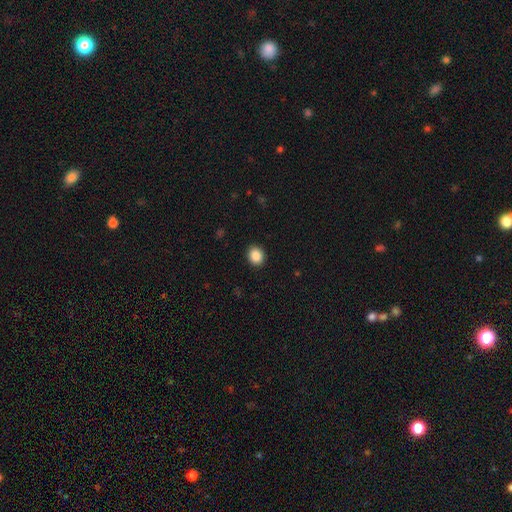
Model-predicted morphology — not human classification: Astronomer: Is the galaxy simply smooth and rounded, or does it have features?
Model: smooth — 88%.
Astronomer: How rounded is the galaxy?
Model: round — 63%.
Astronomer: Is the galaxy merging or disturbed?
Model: none — 91%.